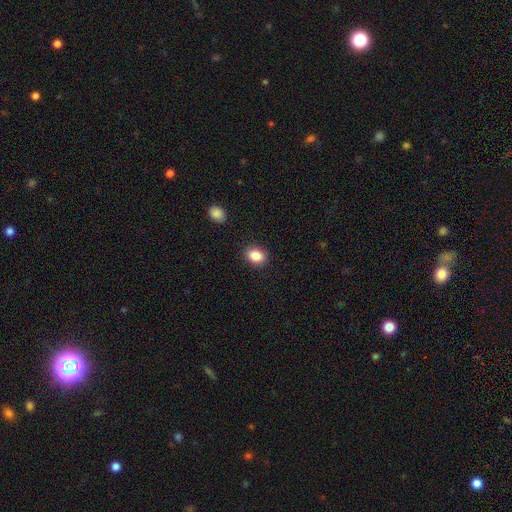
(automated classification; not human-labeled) Smooth or featured? smooth (88%)
How rounded? in between (66%)
Merging? none (88%)